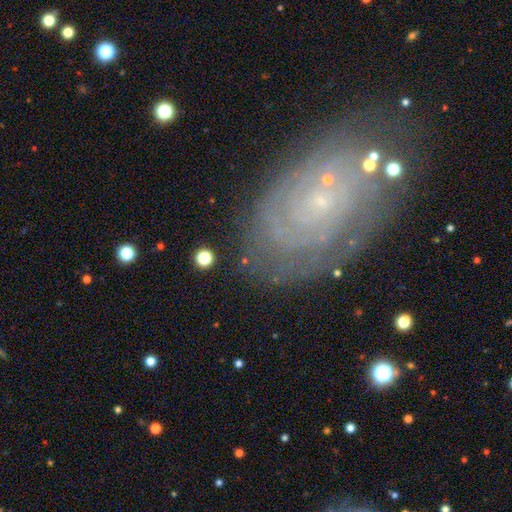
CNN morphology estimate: Q: Smooth or featured?
A: featured or disk (76%); runner-up: smooth (15%)
Q: Edge-on disk?
A: no (96%); runner-up: yes (4%)
Q: Bar?
A: no (80%); runner-up: weak (16%)
Q: Spiral arms?
A: yes (90%); runner-up: no (10%)
Q: Spiral winding?
A: tight (78%); runner-up: medium (17%)
Q: Spiral arm count?
A: can't tell (43%); runner-up: 2 (18%)
Q: Bulge size?
A: small (83%); runner-up: moderate (8%)
Q: Merging?
A: none (75%); runner-up: minor disturbance (16%)